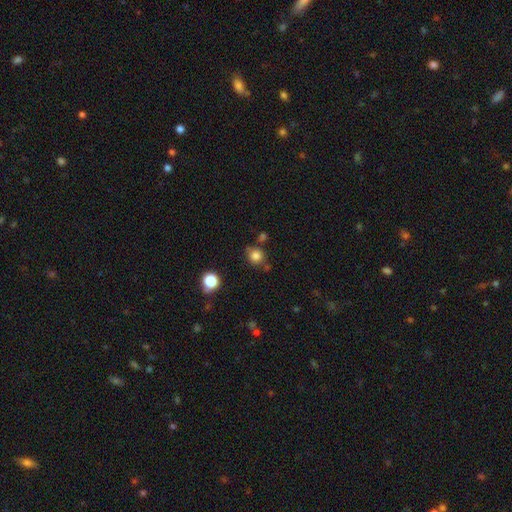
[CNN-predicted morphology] Smooth or featured? Predicted: smooth (p=0.81). How rounded? Predicted: round (p=0.83). Merging? Predicted: none (p=0.73).